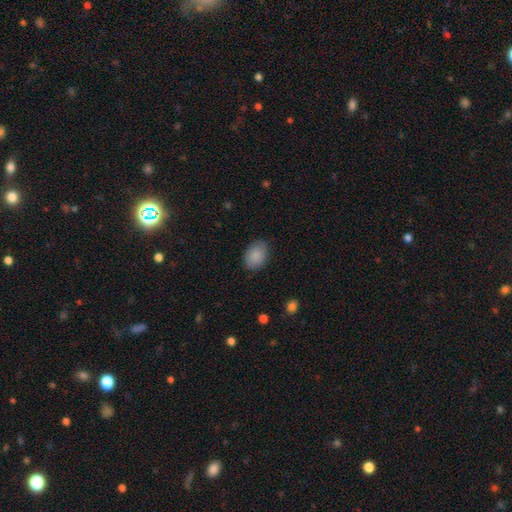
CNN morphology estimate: The model was most divided on "how rounded": in between: 80%, round: 19%, cigar-shaped: 1%. More confident: smooth or featured — smooth (87%); merging — none (81%).